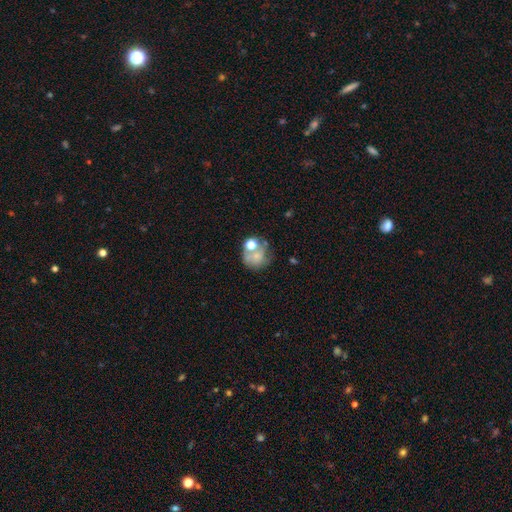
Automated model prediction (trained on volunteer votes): Q: Smooth or featured?
A: smooth (61%); runner-up: featured or disk (26%)
Q: How rounded?
A: round (76%); runner-up: in between (23%)
Q: Merging?
A: none (40%); runner-up: merger (28%)